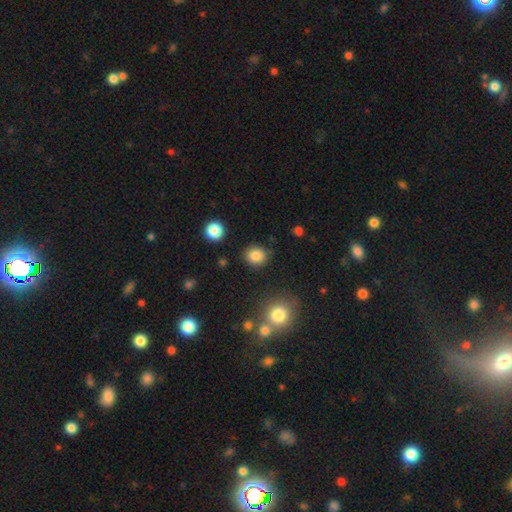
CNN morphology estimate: smooth 84%, star or artifact 11%, featured or disk 5%. Down the decision tree: how rounded — round (79%); merging — none (86%).